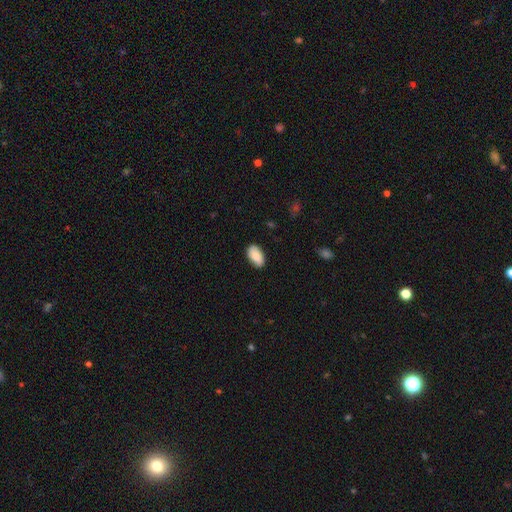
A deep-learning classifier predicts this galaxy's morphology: Smooth or featured?
  - smooth: 87% *
  - star or artifact: 6%
  - featured or disk: 6%
How rounded?
  - in between: 94% *
  - round: 4%
  - cigar-shaped: 2%
Merging?
  - none: 83% *
  - minor disturbance: 13%
  - major disturbance: 2%
  - merger: 1%